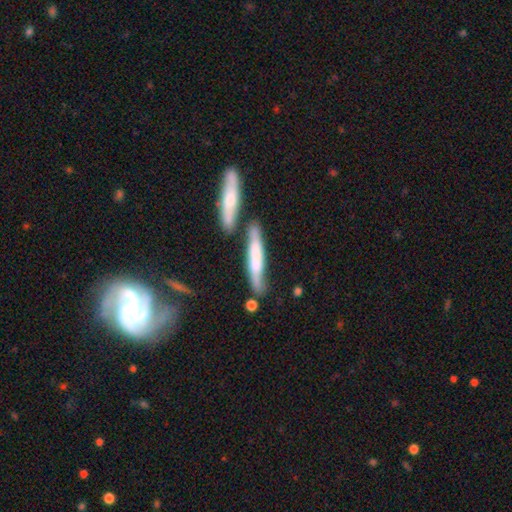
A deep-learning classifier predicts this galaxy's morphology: smooth_or_featured: smooth (p=0.50) [alt: featured or disk p=0.43]
how_rounded: cigar-shaped (p=0.86) [alt: in between p=0.12]
merging: none (p=0.58) [alt: merger p=0.21]